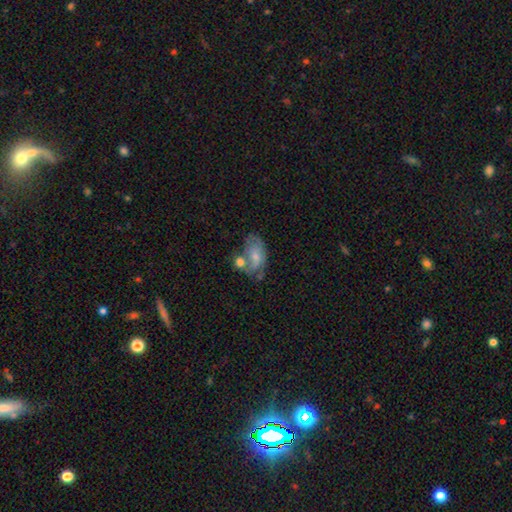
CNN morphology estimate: smooth 54%, featured or disk 39%, star or artifact 7%. Down the decision tree: how rounded — in between (88%); merging — merger (39%).